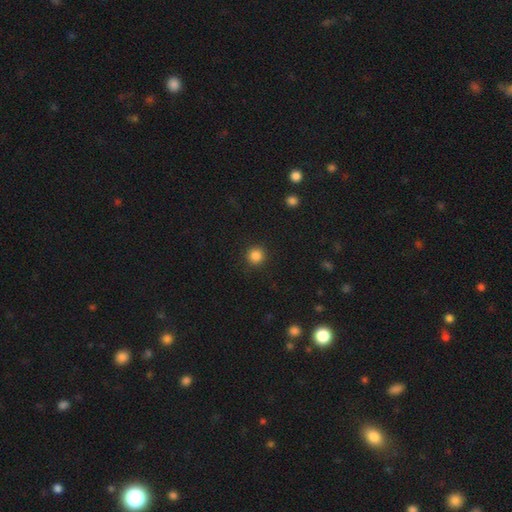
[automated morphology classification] The model was most divided on "smooth or featured": smooth: 85%, star or artifact: 11%, featured or disk: 3%. More confident: how rounded — round (94%); merging — none (91%).